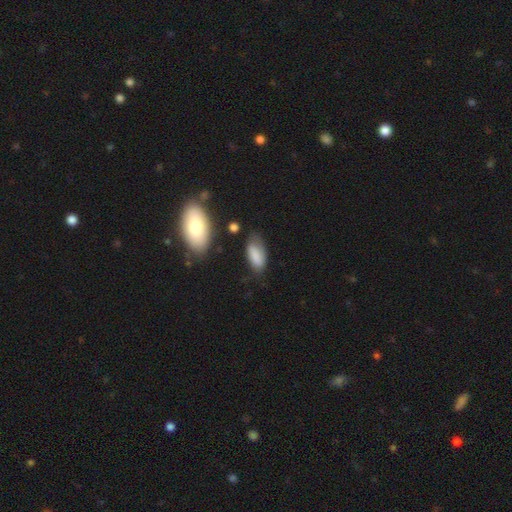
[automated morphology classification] Overall: smooth (81%). How rounded: in between (87%). Merging: none (54%; minor disturbance 32%).